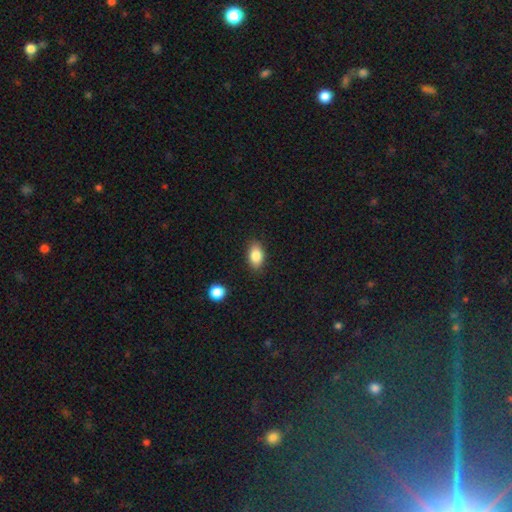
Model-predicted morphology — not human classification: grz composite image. It shows a smooth galaxy with no disk features (85%) that is in between round and cigar-shaped (89%). Merging: none (86%).